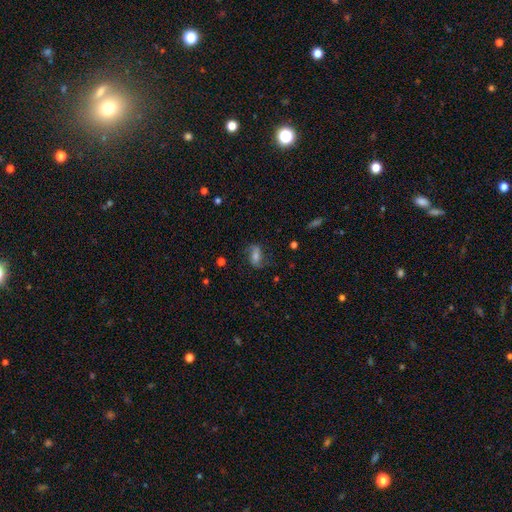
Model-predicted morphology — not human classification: Smooth or featured?
  - featured or disk: 60% *
  - smooth: 27%
  - star or artifact: 13%
Edge-on disk?
  - no: 94% *
  - yes: 6%
Bar?
  - weak: 40% *
  - no: 31%
  - strong: 29%
Spiral arms?
  - yes: 90% *
  - no: 10%
Spiral winding?
  - loose: 50% *
  - medium: 36%
  - tight: 14%
Spiral arm count?
  - 2: 87% *
  - can't tell: 6%
  - 1: 3%
  - 3: 1%
  - 4: 1%
  - more than 4: 1%
Bulge size?
  - moderate: 42% *
  - small: 35%
  - large: 11%
  - none: 10%
  - dominant: 3%
Merging?
  - none: 72% *
  - minor disturbance: 17%
  - major disturbance: 10%
  - merger: 2%